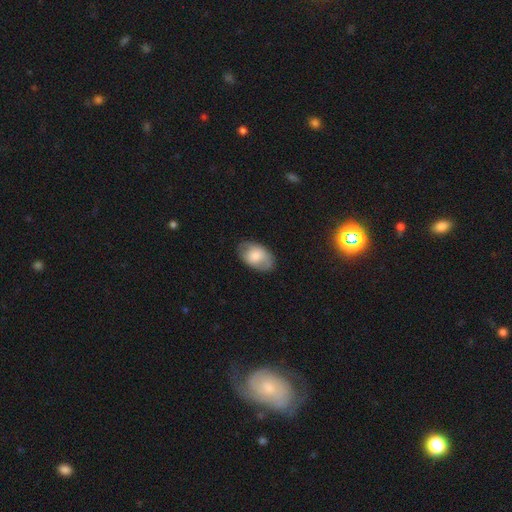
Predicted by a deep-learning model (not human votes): The model was most divided on "smooth or featured": smooth: 69%, featured or disk: 24%, star or artifact: 7%. More confident: how rounded — in between (91%); merging — none (77%).